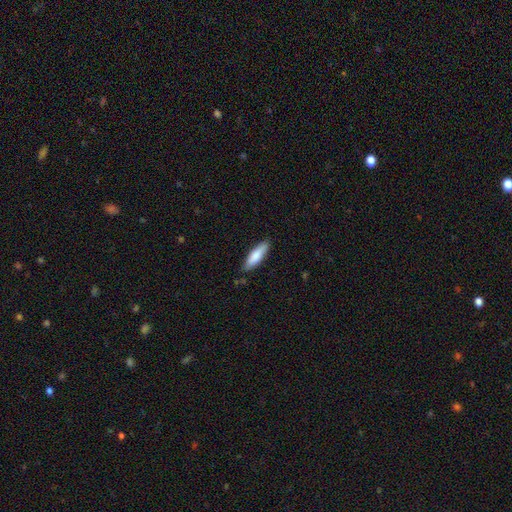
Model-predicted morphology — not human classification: A smooth galaxy with no disk features (80%) that is cigar-shaped (60%).

Vote fractions:
- Smooth or featured? smooth: 80% / featured or disk: 14% / star or artifact: 5%
- How rounded? cigar-shaped: 60% / in between: 39% / round: 1%
- Merging? none: 84% / minor disturbance: 13% / major disturbance: 2% / merger: 2%